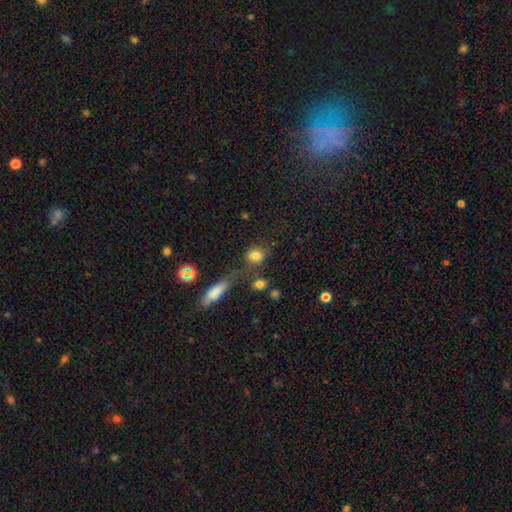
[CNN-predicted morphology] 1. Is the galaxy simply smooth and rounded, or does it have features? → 82% smooth, 10% star or artifact, 8% featured or disk.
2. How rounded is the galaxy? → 65% round, 31% in between, 4% cigar-shaped.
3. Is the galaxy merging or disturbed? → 65% none, 15% merger, 14% minor disturbance, 6% major disturbance.